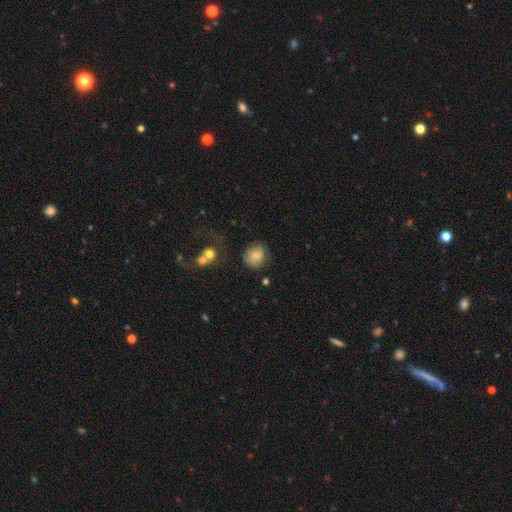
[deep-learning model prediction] Smooth or featured? Predicted: smooth (p=0.76). How rounded? Predicted: round (p=0.74). Merging? Predicted: none (p=0.67).